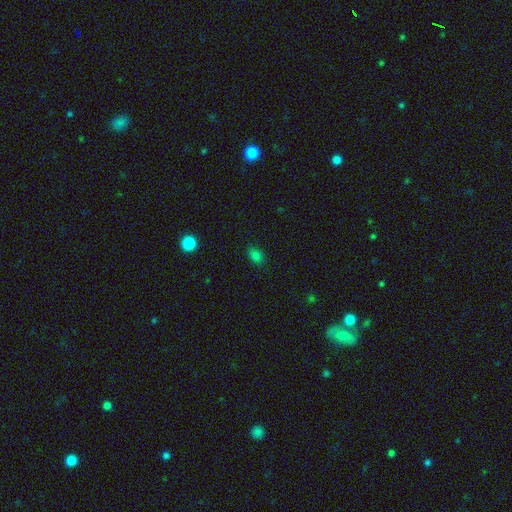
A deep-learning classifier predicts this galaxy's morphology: Overall: smooth (80%). How rounded: in between (75%). Merging: none (84%).